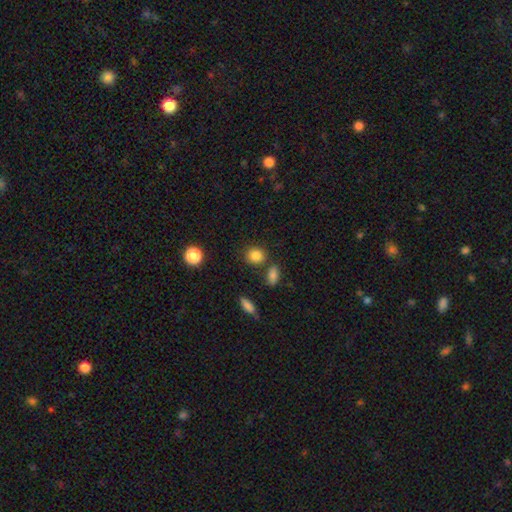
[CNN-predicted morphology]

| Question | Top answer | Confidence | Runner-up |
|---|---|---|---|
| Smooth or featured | smooth | 85% | star or artifact (10%) |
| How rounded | round | 76% | in between (23%) |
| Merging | none | 78% | minor disturbance (10%) |